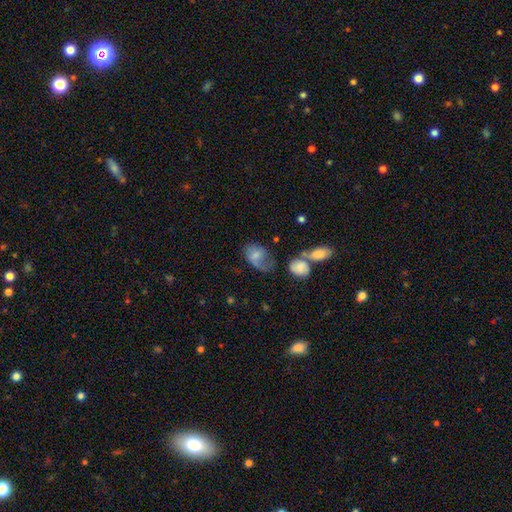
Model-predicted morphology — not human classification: Q: Smooth or featured?
A: smooth (61%); runner-up: featured or disk (30%)
Q: How rounded?
A: in between (80%); runner-up: round (19%)
Q: Merging?
A: major disturbance (34%); runner-up: none (29%)